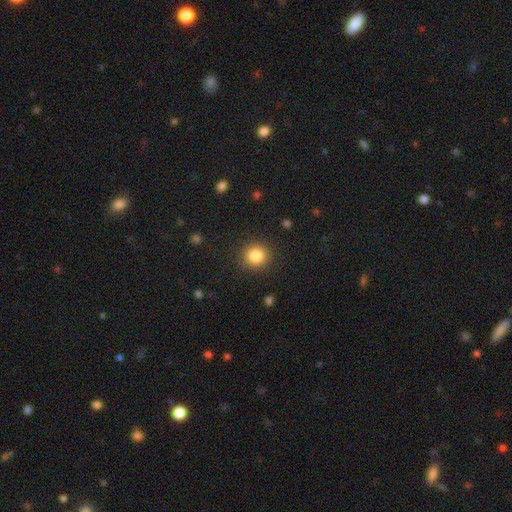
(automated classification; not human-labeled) Morphology: type=smooth (84%); roundness=round (91%); merging=none (90%).